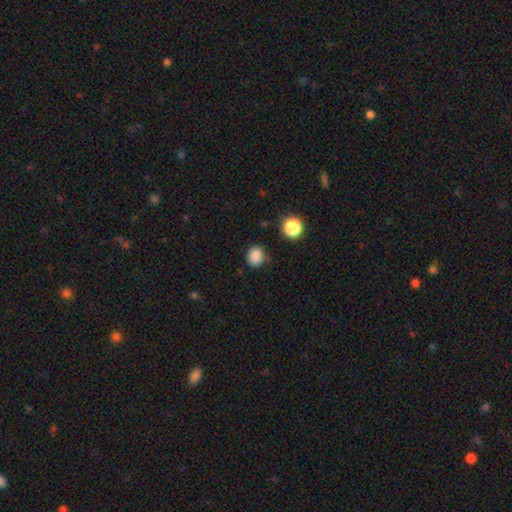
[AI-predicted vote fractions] This is clearly a smooth galaxy (85%). How rounded: likely round (62%). Merging: likely none (72%).